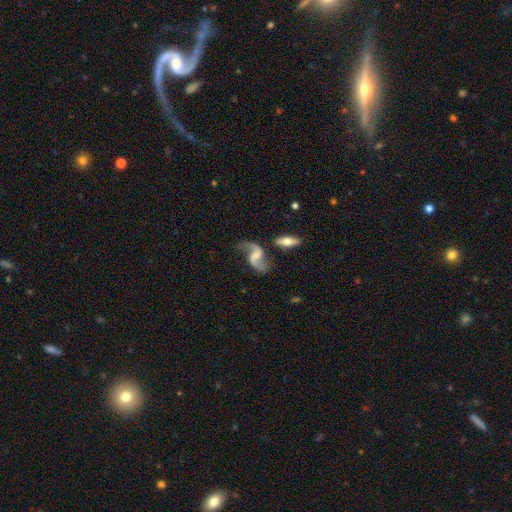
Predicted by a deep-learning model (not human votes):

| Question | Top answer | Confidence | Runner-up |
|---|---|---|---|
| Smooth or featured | featured or disk | 88% | smooth (7%) |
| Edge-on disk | no | 97% | yes (3%) |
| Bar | weak | 49% | no (33%) |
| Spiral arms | yes | 96% | no (4%) |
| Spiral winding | loose | 83% | medium (14%) |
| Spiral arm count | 2 | 93% | 1 (3%) |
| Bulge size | small | 38% | none (36%) |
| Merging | none | 64% | minor disturbance (16%) |